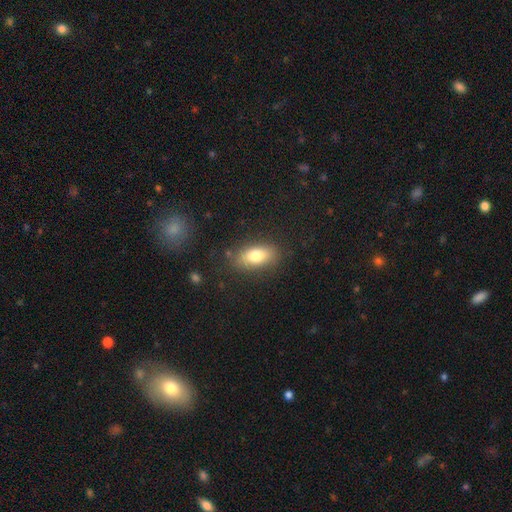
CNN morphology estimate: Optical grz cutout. It shows a smooth galaxy with no disk features (78%) that is in between round and cigar-shaped (85%). Merging: none (82%).